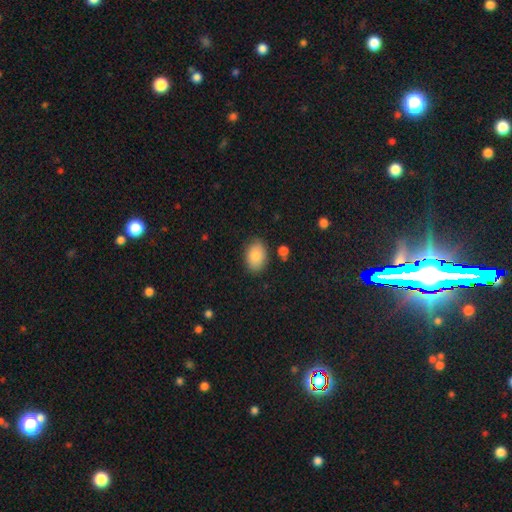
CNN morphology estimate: type=smooth (85%); roundness=in between (84%); merging=none (81%).